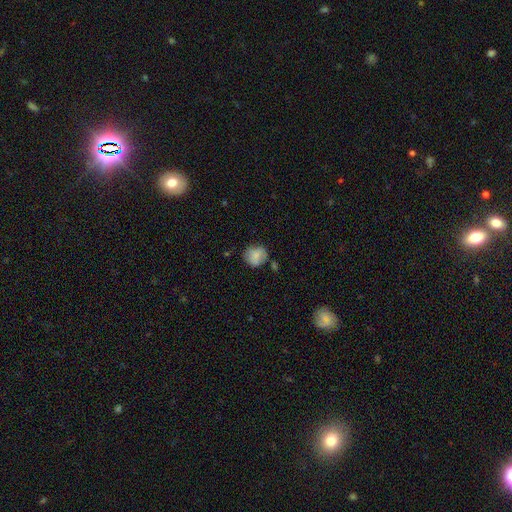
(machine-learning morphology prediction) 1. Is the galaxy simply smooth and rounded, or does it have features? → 78% smooth, 14% featured or disk, 8% star or artifact.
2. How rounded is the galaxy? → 75% round, 24% in between, 1% cigar-shaped.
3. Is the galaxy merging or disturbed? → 65% none, 22% minor disturbance, 7% merger, 6% major disturbance.